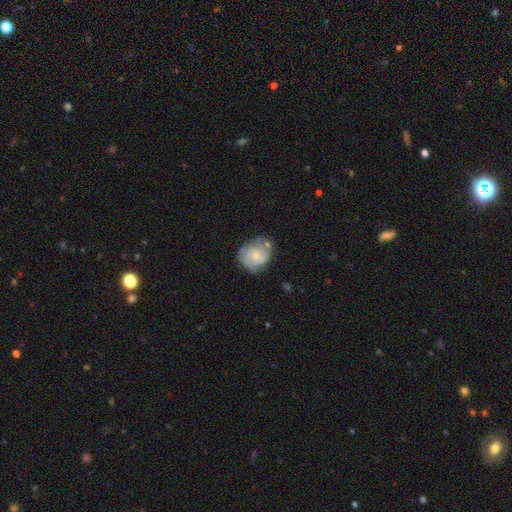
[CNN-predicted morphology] Q: Smooth or featured?
A: featured or disk (58%); runner-up: smooth (36%)
Q: Edge-on disk?
A: no (98%); runner-up: yes (2%)
Q: Bar?
A: no (75%); runner-up: weak (22%)
Q: Spiral arms?
A: yes (84%); runner-up: no (16%)
Q: Bulge size?
A: small (59%); runner-up: moderate (33%)
Q: Merging?
A: none (55%); runner-up: minor disturbance (28%)